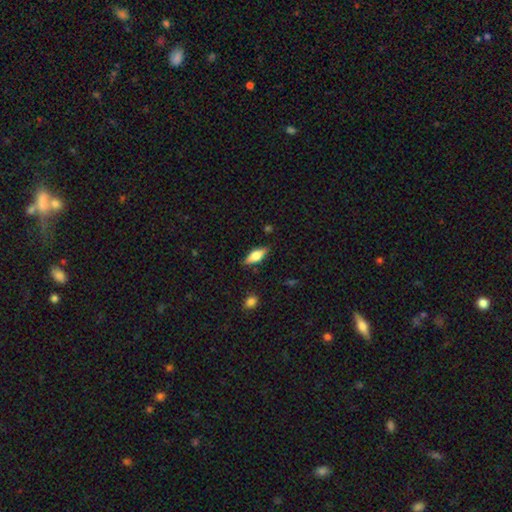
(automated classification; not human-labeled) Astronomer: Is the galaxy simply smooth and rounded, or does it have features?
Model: smooth — 60%.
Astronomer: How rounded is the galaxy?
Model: in between — 71%.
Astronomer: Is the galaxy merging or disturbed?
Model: none — 83%.